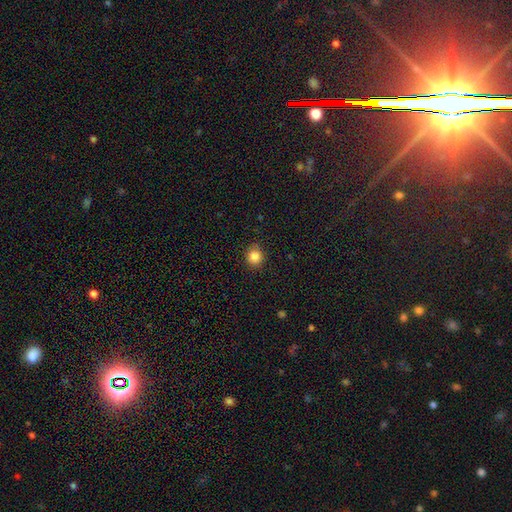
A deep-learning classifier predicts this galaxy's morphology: smooth_or_featured: smooth (p=0.85) [alt: star or artifact p=0.11]
how_rounded: round (p=0.87) [alt: in between p=0.12]
merging: none (p=0.88) [alt: minor disturbance p=0.09]